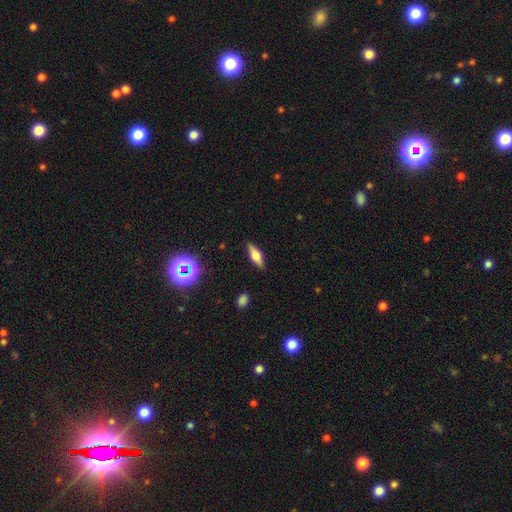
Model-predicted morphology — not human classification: This is possibly a featured or disk galaxy (48%). Merging: clearly none (87%).